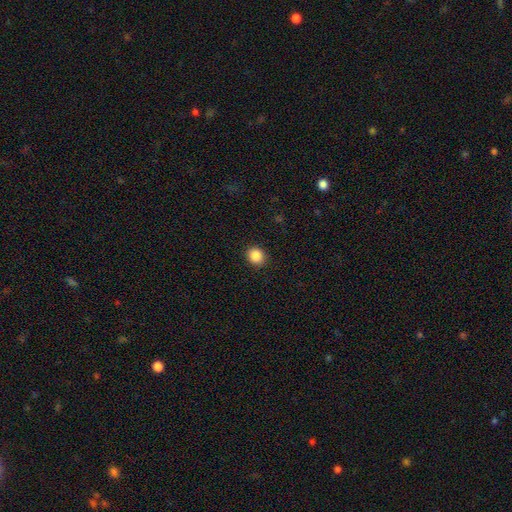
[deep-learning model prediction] smooth-or-featured: smooth: 88% | star or artifact: 9% | featured or disk: 3%
  how-rounded: round: 76% | in between: 24% | cigar-shaped: 1%
  merging: none: 91% | minor disturbance: 6% | major disturbance: 2% | merger: 1%